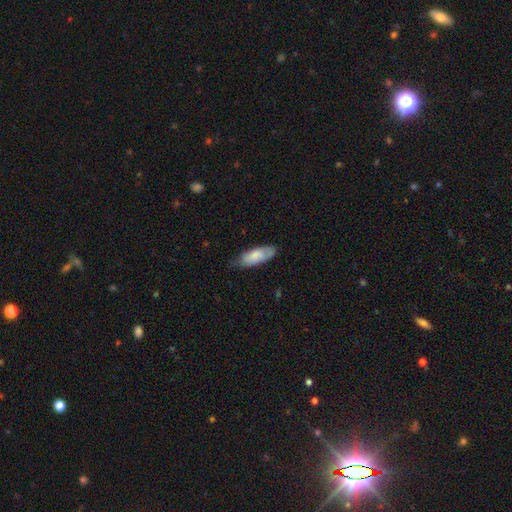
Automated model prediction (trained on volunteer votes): This is likely a smooth galaxy (75%). How rounded: likely in between (74%). Merging: likely none (63%).